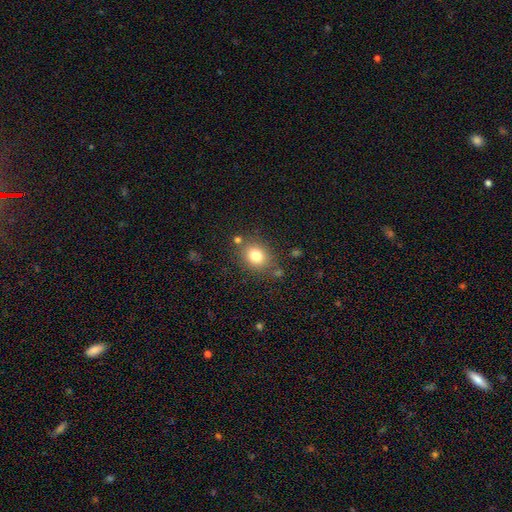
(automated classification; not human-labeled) Morphology: type=smooth (80%); roundness=round (57%); merging=none (77%).